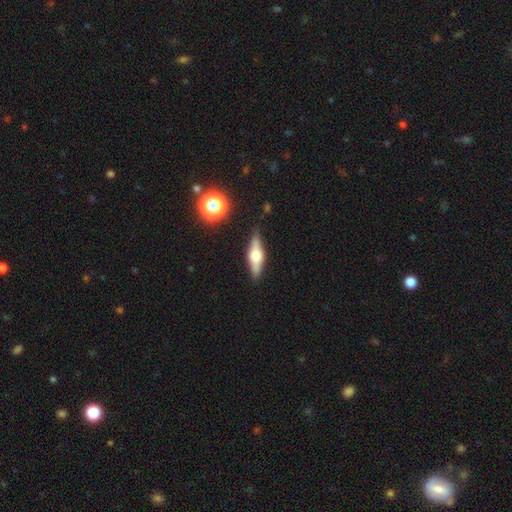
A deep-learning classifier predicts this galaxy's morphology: Smooth or featured? featured or disk (58%)
Edge-on disk? yes (93%)
Edge-on bulge? rounded (90%)
Merging? none (84%)